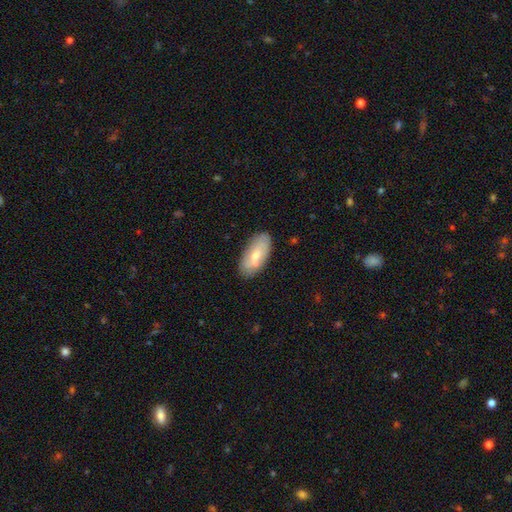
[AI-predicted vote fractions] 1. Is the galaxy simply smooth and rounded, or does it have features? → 62% smooth, 32% featured or disk, 6% star or artifact.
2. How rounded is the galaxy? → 90% in between, 8% cigar-shaped, 2% round.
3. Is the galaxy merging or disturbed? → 77% none, 15% minor disturbance, 5% merger, 3% major disturbance.